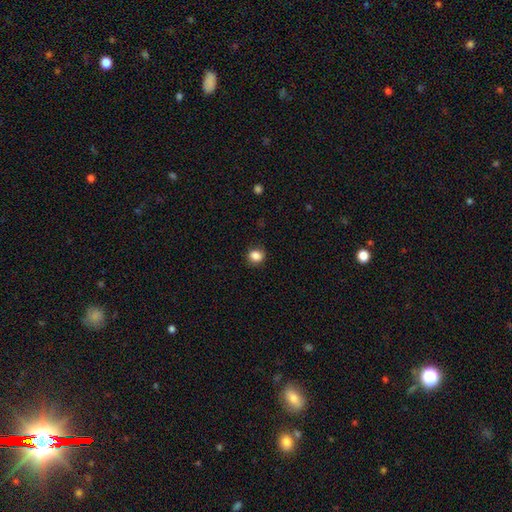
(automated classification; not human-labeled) smooth_or_featured: smooth (p=0.86) [alt: star or artifact p=0.10]
how_rounded: round (p=0.75) [alt: in between p=0.24]
merging: none (p=0.87) [alt: minor disturbance p=0.10]